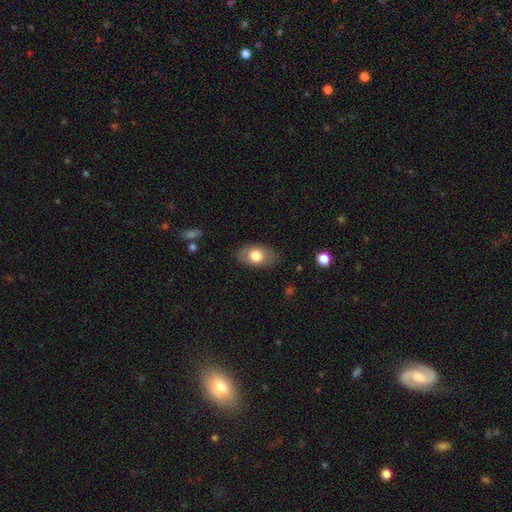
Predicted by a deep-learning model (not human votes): Morphology: type=smooth (74%); roundness=in between (88%); merging=none (81%).